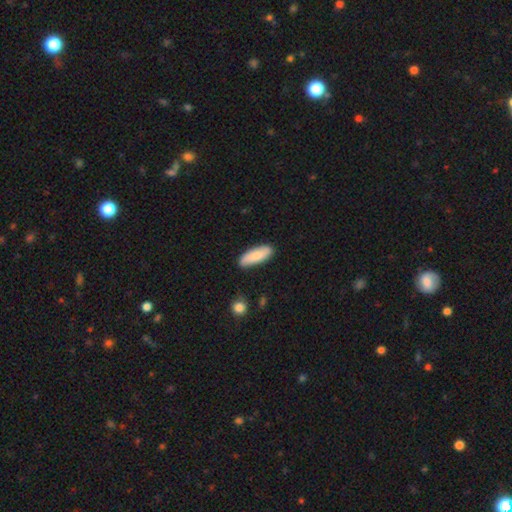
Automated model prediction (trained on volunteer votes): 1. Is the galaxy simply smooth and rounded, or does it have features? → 81% smooth, 14% featured or disk, 5% star or artifact.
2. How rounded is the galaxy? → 62% in between, 36% cigar-shaped, 2% round.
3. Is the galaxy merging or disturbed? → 85% none, 12% minor disturbance, 2% major disturbance, 2% merger.